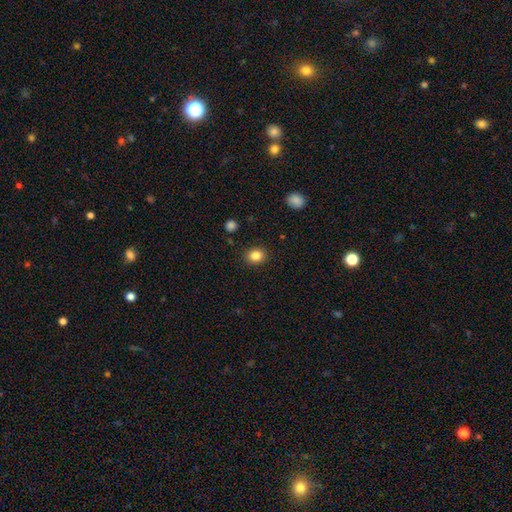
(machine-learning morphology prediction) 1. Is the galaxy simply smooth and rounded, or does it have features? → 84% smooth, 10% star or artifact, 5% featured or disk.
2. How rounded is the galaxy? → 66% round, 33% in between, 1% cigar-shaped.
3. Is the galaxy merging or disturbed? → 89% none, 8% minor disturbance, 2% major disturbance, 1% merger.